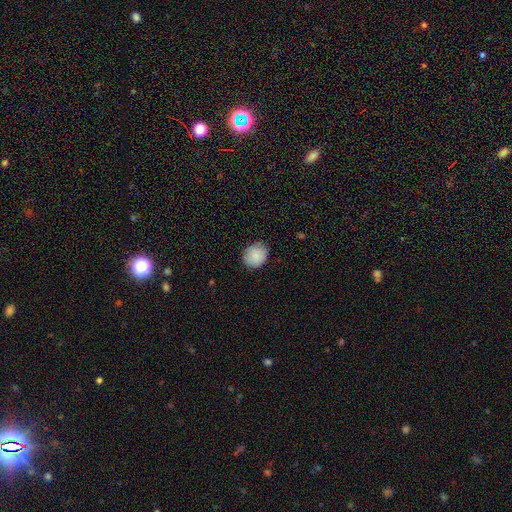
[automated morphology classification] Smooth or featured? Predicted: smooth (p=0.87). How rounded? Predicted: round (p=0.68). Merging? Predicted: none (p=0.84).